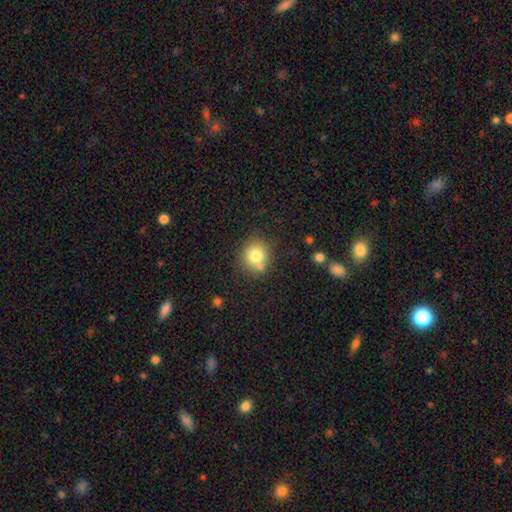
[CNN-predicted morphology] Smooth or featured? smooth (77%)
How rounded? round (83%)
Merging? none (69%)